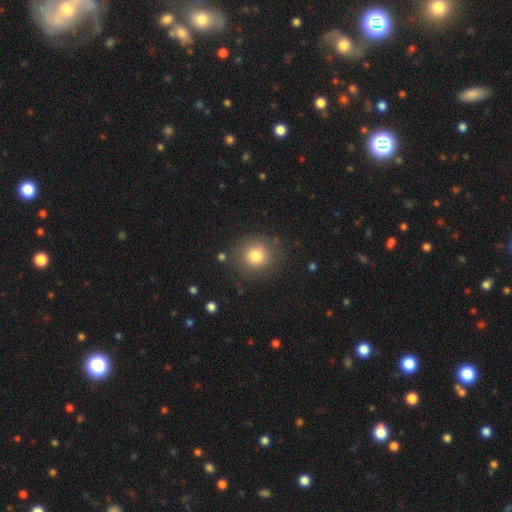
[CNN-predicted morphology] smooth 80%, star or artifact 10%, featured or disk 10%. Down the decision tree: how rounded — round (91%); merging — none (82%).